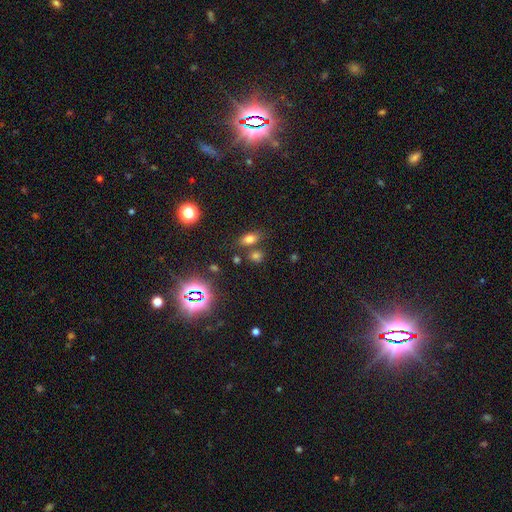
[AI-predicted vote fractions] Smooth or featured: smooth — 65% (star or artifact — 26%)
How rounded: in between — 63% (round — 32%)
Merging: none — 71% (merger — 14%)